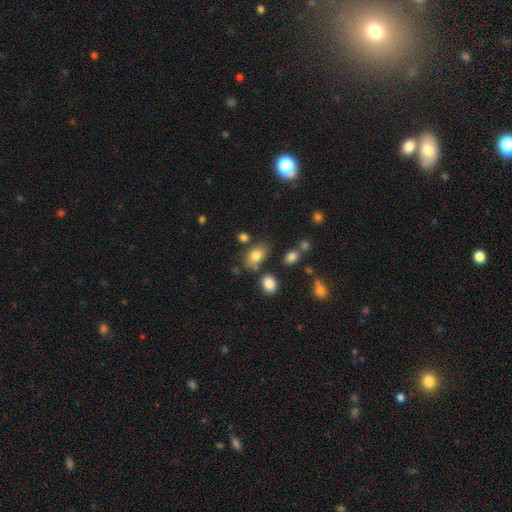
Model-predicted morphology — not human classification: Smooth or featured? smooth (81%)
How rounded? in between (83%)
Merging? none (70%)